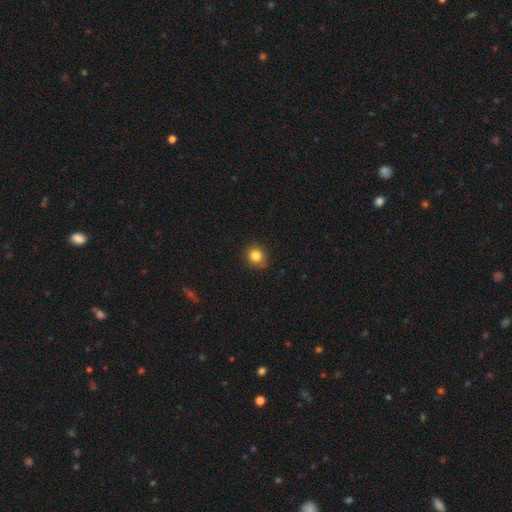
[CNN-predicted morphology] Overall: smooth (84%). How rounded: round (85%). Merging: none (81%).